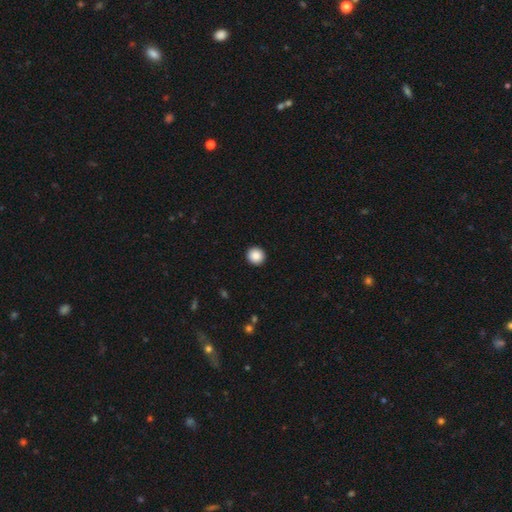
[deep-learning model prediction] This is clearly a smooth galaxy (88%). How rounded: clearly round (94%). Merging: clearly none (94%).